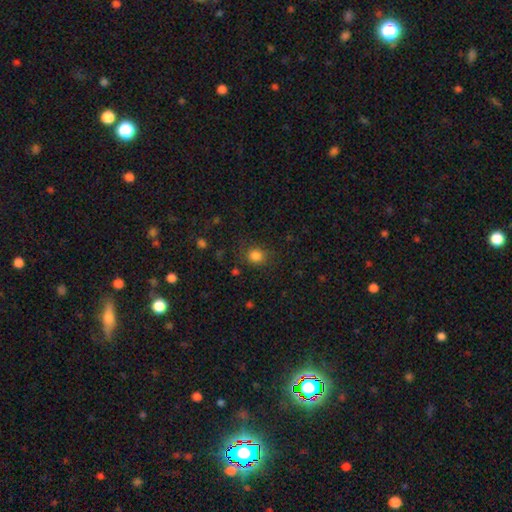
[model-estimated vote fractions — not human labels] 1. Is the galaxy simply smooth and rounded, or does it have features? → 83% smooth, 12% star or artifact, 5% featured or disk.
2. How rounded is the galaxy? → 72% round, 27% in between, 1% cigar-shaped.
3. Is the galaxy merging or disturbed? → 79% none, 14% minor disturbance, 6% major disturbance, 2% merger.